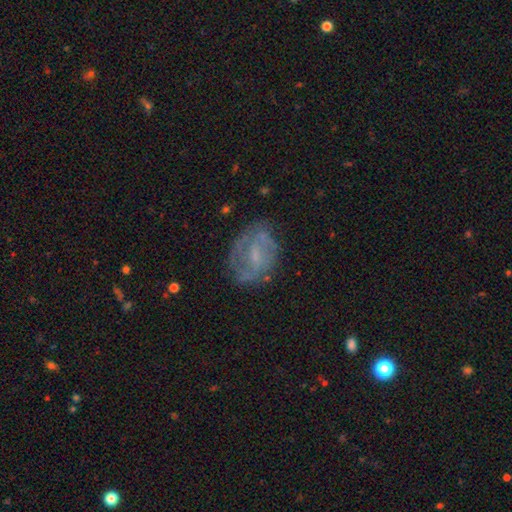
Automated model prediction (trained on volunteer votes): Overall: featured or disk (65%; smooth 26%). Edge-on disk: no (97%). Bar: weak (47%; no 41%). Spiral arms: yes (69%; no 31%). Bulge size: small (45%; none 28%). Merging: none (63%).